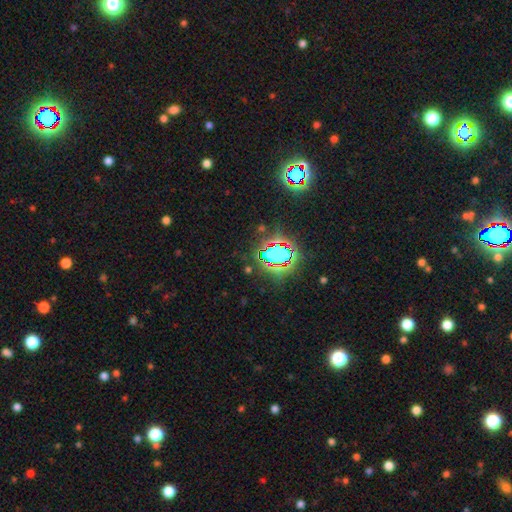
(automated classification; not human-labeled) Smooth or featured: star or artifact — 75% (smooth — 15%)